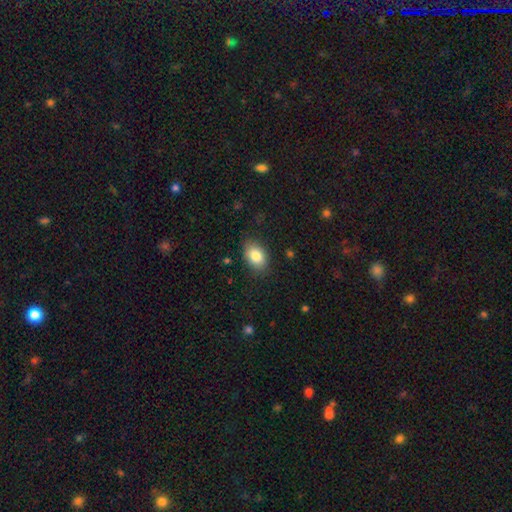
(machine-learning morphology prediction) smooth 84%, featured or disk 9%, star or artifact 8%. Down the decision tree: how rounded — in between (85%); merging — none (84%).